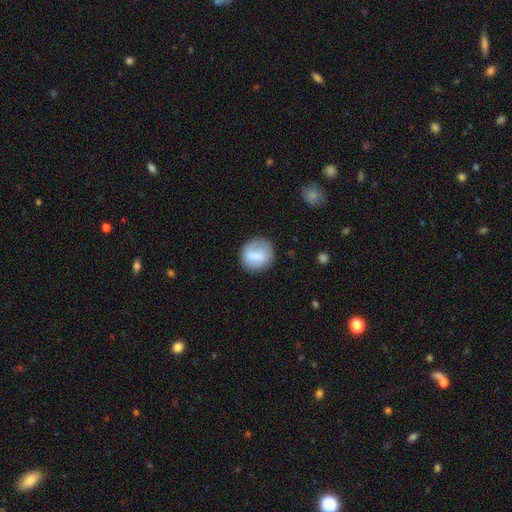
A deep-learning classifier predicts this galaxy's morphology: Smooth or featured? smooth (76%)
How rounded? round (85%)
Merging? none (76%)